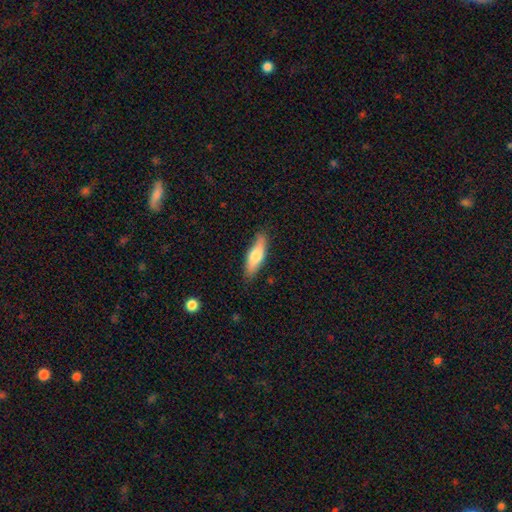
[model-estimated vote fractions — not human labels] smooth_or_featured: smooth (p=0.69) [alt: featured or disk p=0.25]
how_rounded: cigar-shaped (p=0.55) [alt: in between p=0.43]
merging: none (p=0.84) [alt: minor disturbance p=0.12]